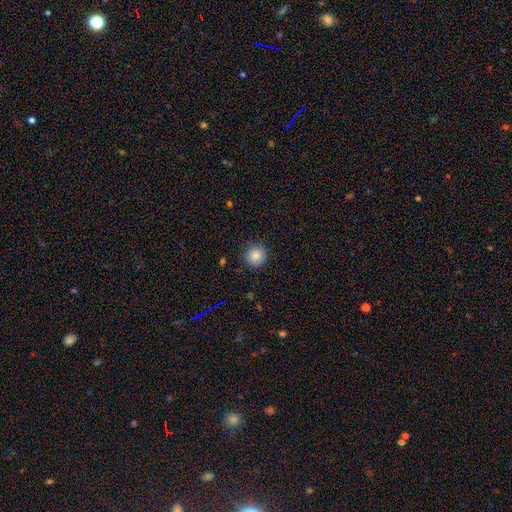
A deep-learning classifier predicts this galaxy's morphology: Smooth or featured? Predicted: smooth (p=0.82). How rounded? Predicted: round (p=0.94). Merging? Predicted: none (p=0.86).